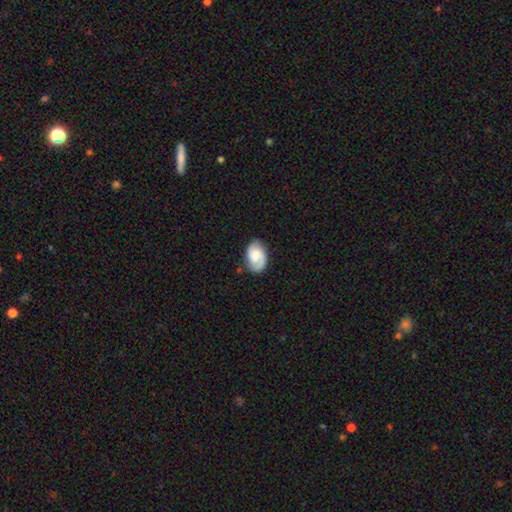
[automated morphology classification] Smooth or featured? featured or disk (62%)
Edge-on disk? no (97%)
Bar? no (57%)
Spiral arms? yes (93%)
Spiral winding? tight (42%)
Spiral arm count? 2 (70%)
Bulge size? moderate (31%)
Merging? none (73%)